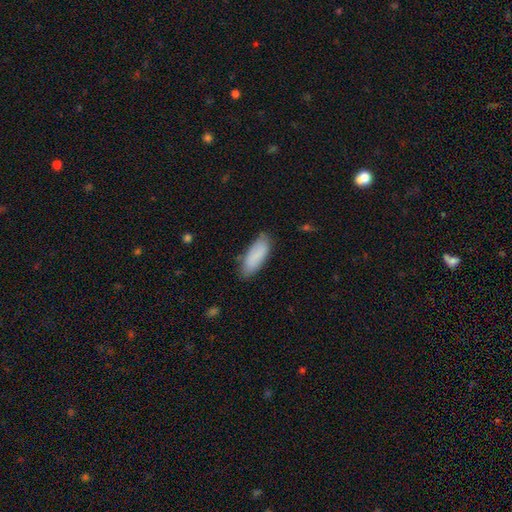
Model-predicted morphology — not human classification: Overall: smooth (86%). How rounded: in between (72%). Merging: none (76%).